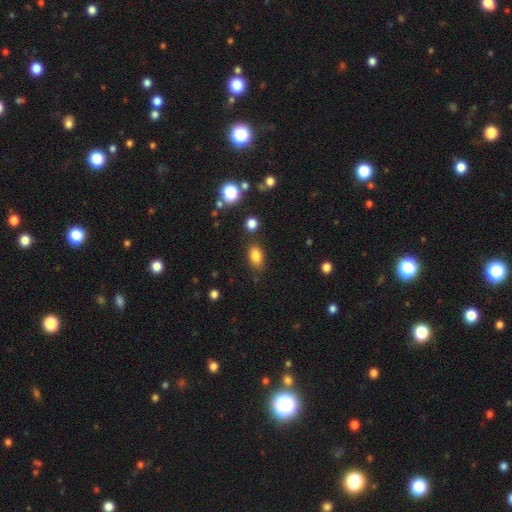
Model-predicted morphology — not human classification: Smooth or featured: smooth — 82% (star or artifact — 11%)
How rounded: in between — 85% (round — 13%)
Merging: none — 79% (minor disturbance — 13%)